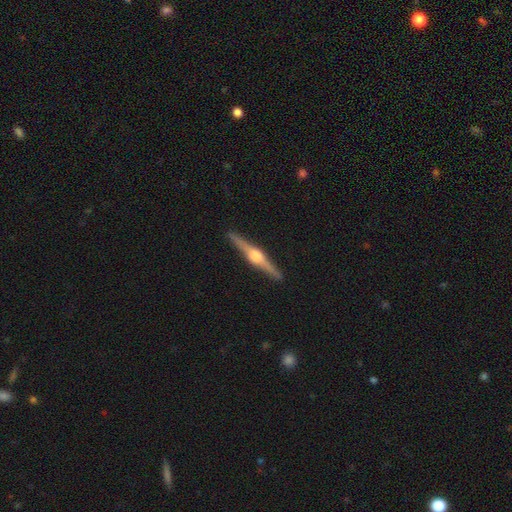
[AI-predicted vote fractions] Smooth or featured? featured or disk (86%)
Edge-on disk? yes (99%)
Edge-on bulge? rounded (94%)
Merging? none (92%)